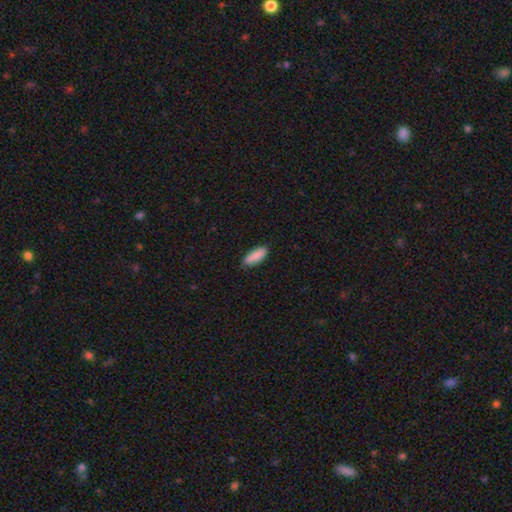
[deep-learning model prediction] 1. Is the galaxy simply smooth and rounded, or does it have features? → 89% smooth, 6% star or artifact, 5% featured or disk.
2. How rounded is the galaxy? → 60% in between, 39% cigar-shaped, 2% round.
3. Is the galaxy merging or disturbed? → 87% none, 10% minor disturbance, 2% major disturbance, 1% merger.